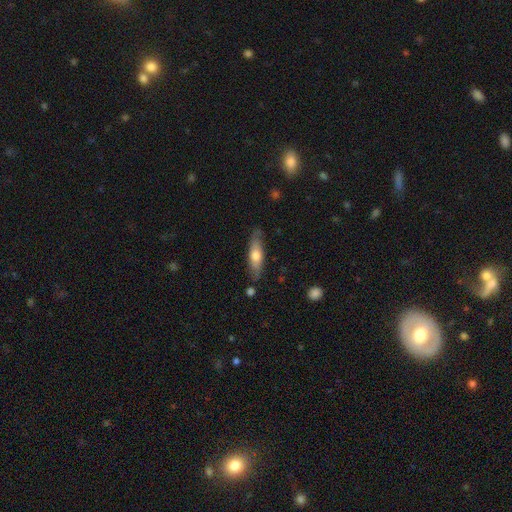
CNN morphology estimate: Smooth or featured? smooth (57%)
How rounded? cigar-shaped (59%)
Merging? none (79%)